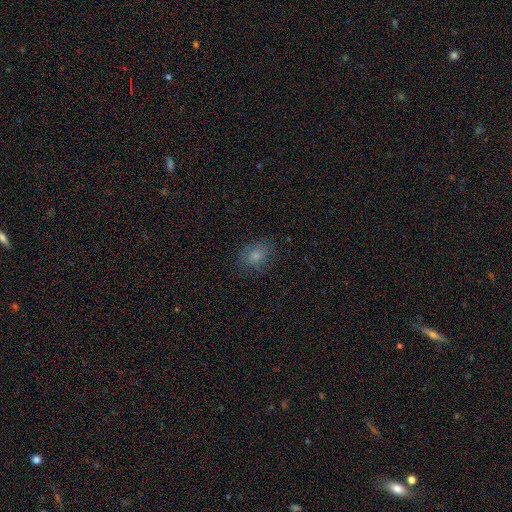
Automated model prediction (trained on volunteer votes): This is likely a smooth galaxy (74%). How rounded: possibly in between (56%). Merging: likely none (72%).